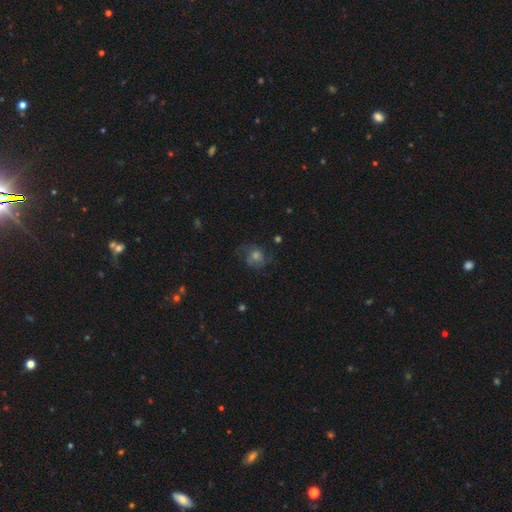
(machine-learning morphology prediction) A featured or disk galaxy (40%). Merging: none (65%).